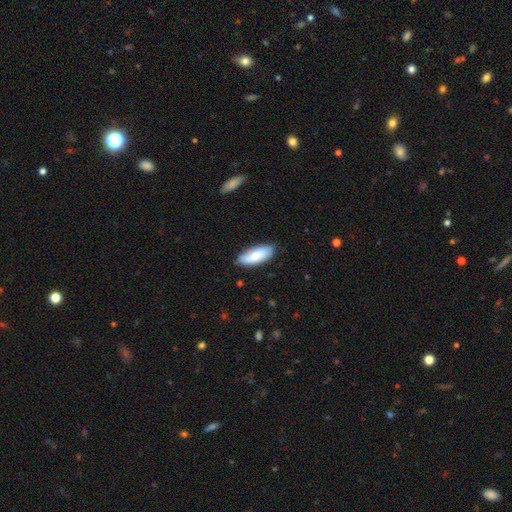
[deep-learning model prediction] This is likely a smooth galaxy (80%). How rounded: likely in between (80%). Merging: likely none (80%).